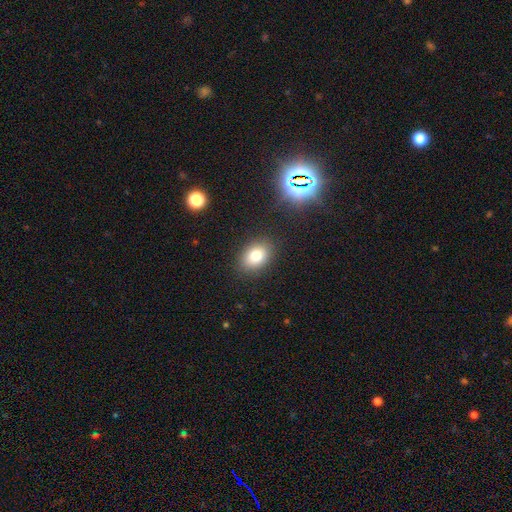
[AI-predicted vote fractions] smooth 78%, star or artifact 12%, featured or disk 10%. Down the decision tree: how rounded — in between (73%); merging — none (87%).